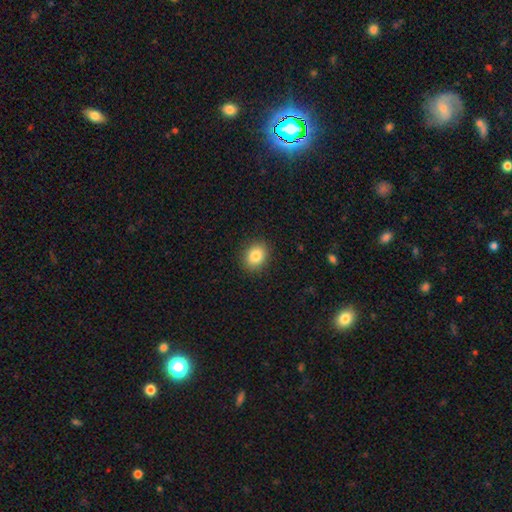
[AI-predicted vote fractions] Morphology: type=smooth (84%); roundness=round (53%); merging=none (90%).